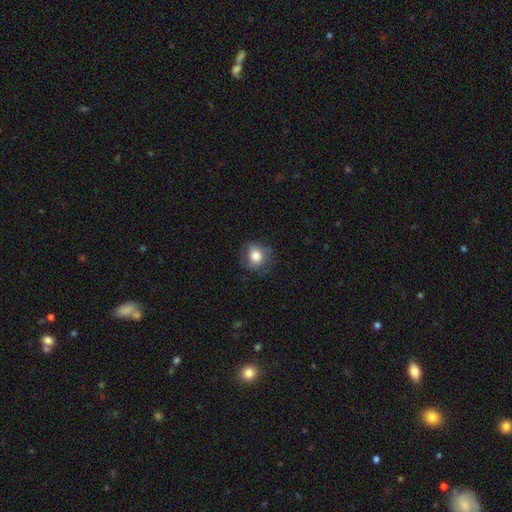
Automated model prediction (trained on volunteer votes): Smooth or featured? smooth (76%)
How rounded? round (78%)
Merging? none (71%)